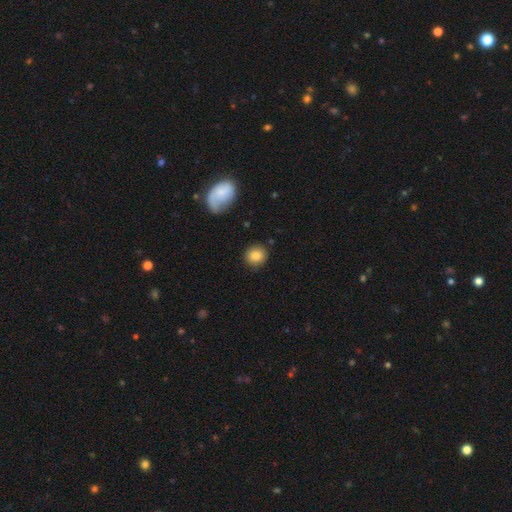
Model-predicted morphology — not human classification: smooth 84%, star or artifact 9%, featured or disk 7%. Down the decision tree: how rounded — round (85%); merging — none (88%).